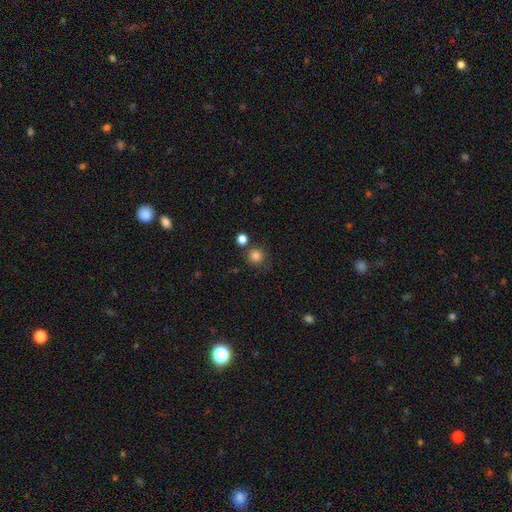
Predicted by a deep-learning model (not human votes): A smooth galaxy with no disk features (82%) that is round (92%). Merging: none (74%).